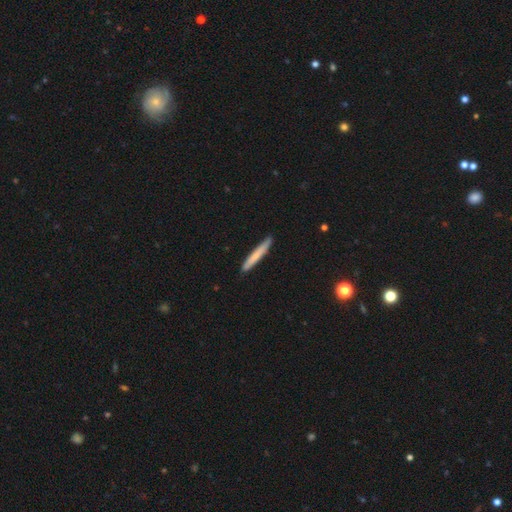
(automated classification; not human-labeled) Smooth or featured? Predicted: smooth (p=0.70). How rounded? Predicted: cigar-shaped (p=0.96). Merging? Predicted: none (p=0.89).